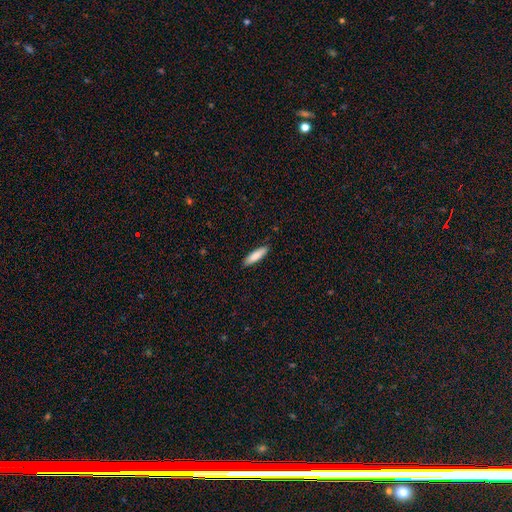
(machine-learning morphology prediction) A smooth galaxy with no disk features (83%) that is cigar-shaped (68%).

Vote fractions:
- Smooth or featured? smooth: 83% / featured or disk: 11% / star or artifact: 6%
- How rounded? cigar-shaped: 68% / in between: 31% / round: 1%
- Merging? none: 89% / minor disturbance: 9% / major disturbance: 2% / merger: 1%